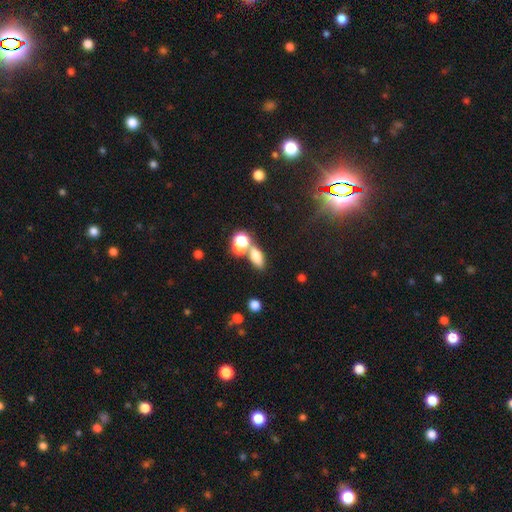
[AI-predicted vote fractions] A smooth galaxy with no disk features (68%) that is in between round and cigar-shaped (75%).

Vote fractions:
- Smooth or featured? smooth: 68% / featured or disk: 17% / star or artifact: 15%
- How rounded? in between: 75% / round: 16% / cigar-shaped: 9%
- Merging? merger: 43% / none: 41% / minor disturbance: 10% / major disturbance: 6%